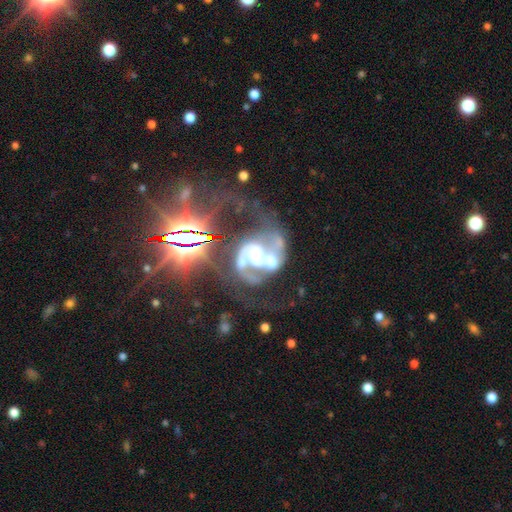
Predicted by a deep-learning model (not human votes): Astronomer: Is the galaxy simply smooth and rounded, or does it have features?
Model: featured or disk — 81%.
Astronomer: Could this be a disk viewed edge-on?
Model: no — 98%.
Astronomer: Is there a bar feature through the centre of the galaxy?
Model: no — 41% (runner-up: weak, 37%).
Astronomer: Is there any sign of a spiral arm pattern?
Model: yes — 89%.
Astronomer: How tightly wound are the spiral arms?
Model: medium — 52% (runner-up: loose, 29%).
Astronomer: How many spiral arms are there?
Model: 2 — 75%.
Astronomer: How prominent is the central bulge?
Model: moderate — 44% (runner-up: small, 28%).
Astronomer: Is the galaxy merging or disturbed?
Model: merger — 39% (runner-up: major disturbance, 28%).